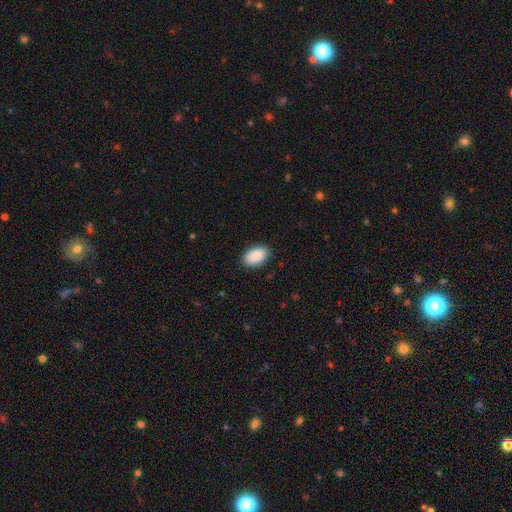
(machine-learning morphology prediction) Smooth or featured? smooth (91%)
How rounded? in between (93%)
Merging? none (87%)